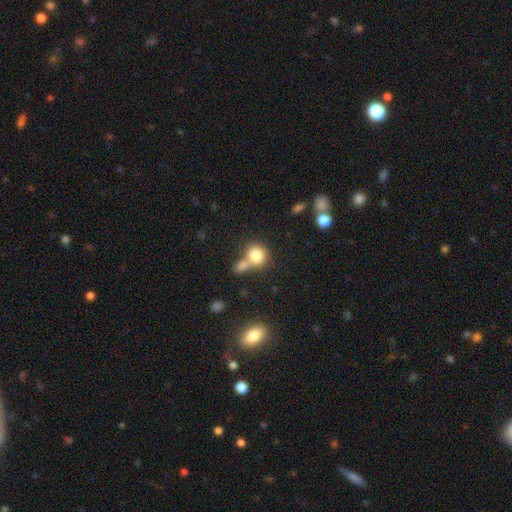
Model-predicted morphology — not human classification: This is clearly a smooth galaxy (80%). How rounded: likely round (76%). Merging: possibly merger (46%).